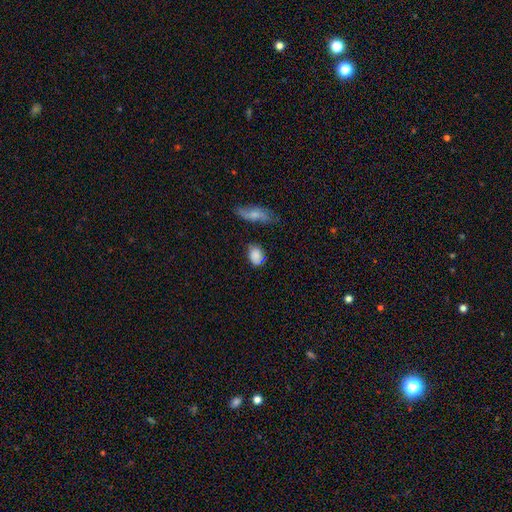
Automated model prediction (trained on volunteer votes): Overall: smooth (75%). How rounded: in between (67%; round 31%). Merging: none (56%; minor disturbance 28%).